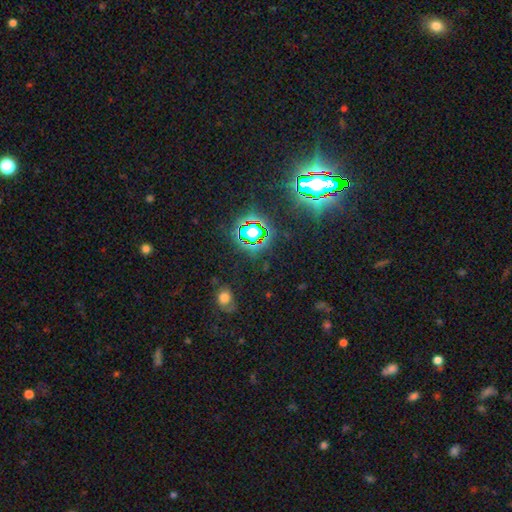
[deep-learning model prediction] Smooth or featured: star or artifact — 76% (smooth — 16%)